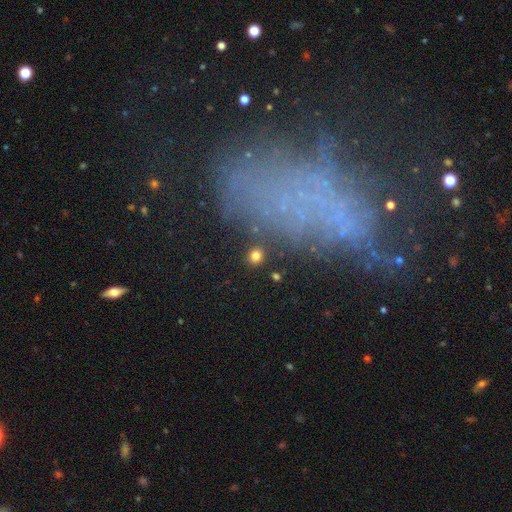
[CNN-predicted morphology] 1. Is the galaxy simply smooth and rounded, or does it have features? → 80% smooth, 12% star or artifact, 8% featured or disk.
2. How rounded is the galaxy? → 82% round, 17% in between, 1% cigar-shaped.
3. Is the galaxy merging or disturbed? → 88% none, 6% minor disturbance, 3% merger, 3% major disturbance.